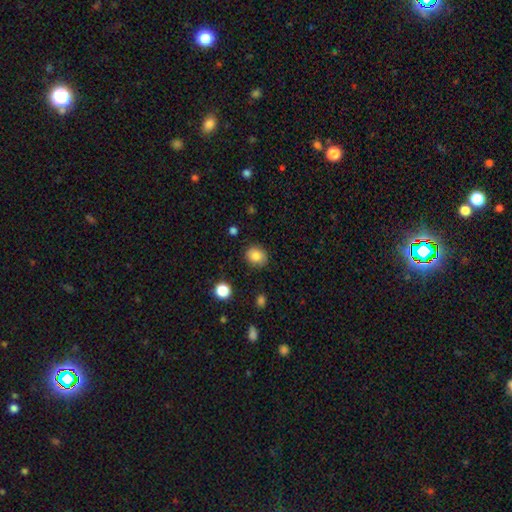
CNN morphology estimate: The model was most divided on "how rounded": round: 66%, in between: 33%, cigar-shaped: 1%. More confident: merging — none (86%); smooth or featured — smooth (85%).